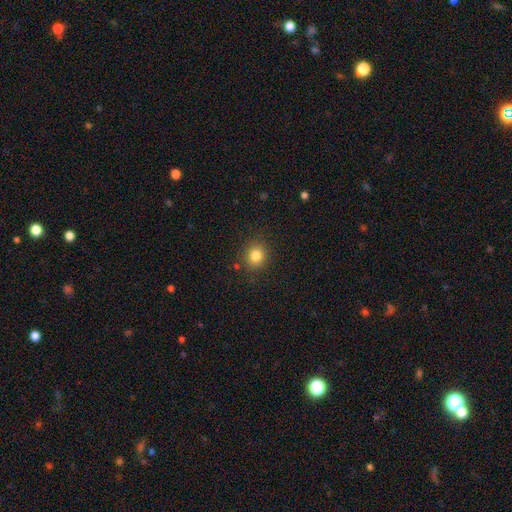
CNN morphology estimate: Smooth or featured? smooth (82%)
How rounded? round (83%)
Merging? none (88%)